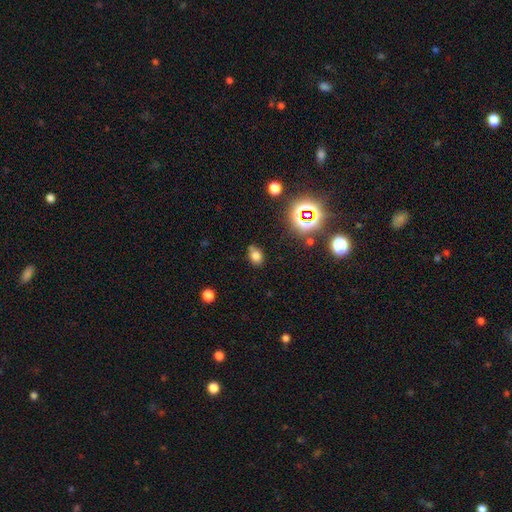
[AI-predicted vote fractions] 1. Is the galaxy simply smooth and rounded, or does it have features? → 71% smooth, 20% star or artifact, 8% featured or disk.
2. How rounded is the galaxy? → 56% in between, 42% round, 1% cigar-shaped.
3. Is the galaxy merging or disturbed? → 70% none, 19% minor disturbance, 6% merger, 5% major disturbance.